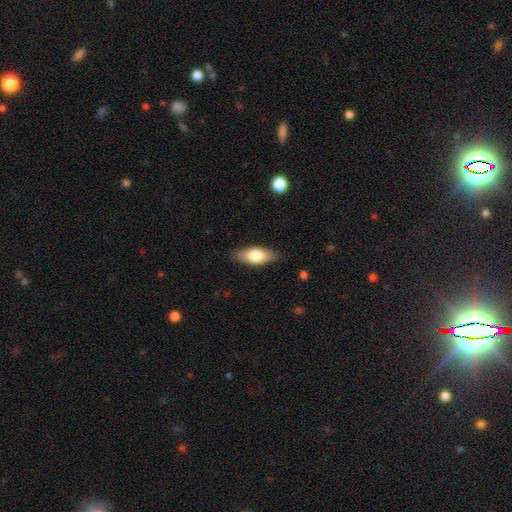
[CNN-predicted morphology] Overall: smooth (70%). How rounded: in between (76%). Merging: none (86%).